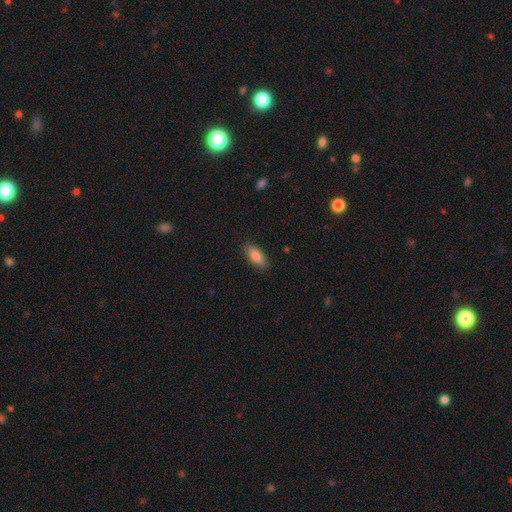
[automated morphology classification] This appears to be a smooth galaxy with no disk features (86%) that is in between round and cigar-shaped (80%). Merging: none (87%).